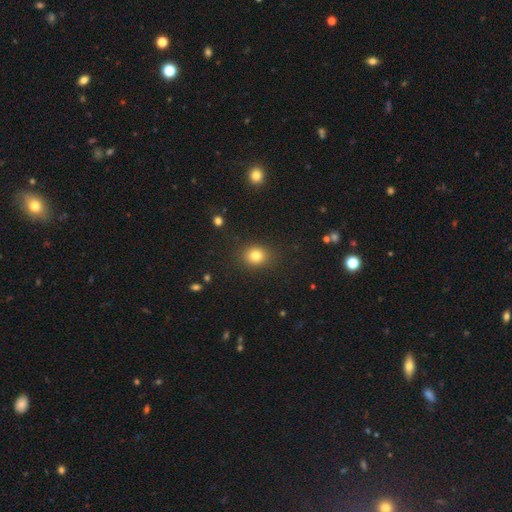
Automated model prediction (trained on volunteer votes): Morphology: type=smooth (82%); roundness=round (70%); merging=none (87%).